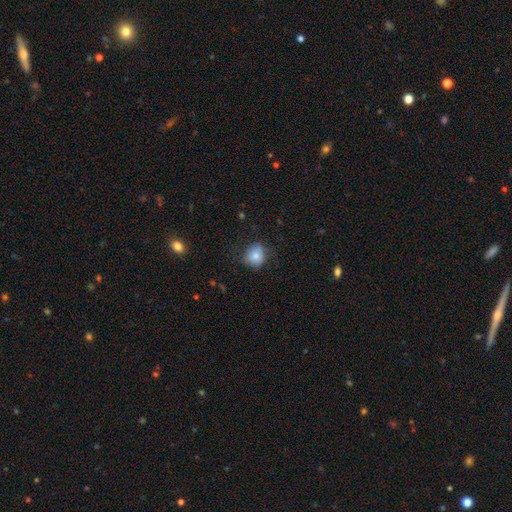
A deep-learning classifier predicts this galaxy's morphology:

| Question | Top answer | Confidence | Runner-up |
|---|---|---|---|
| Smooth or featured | smooth | 78% | featured or disk (12%) |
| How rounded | round | 68% | in between (31%) |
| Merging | none | 67% | minor disturbance (24%) |